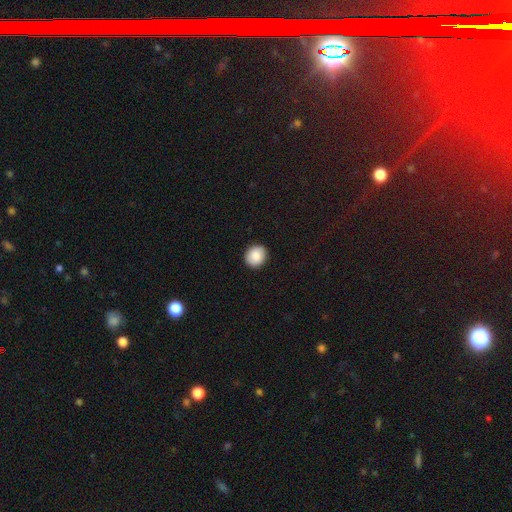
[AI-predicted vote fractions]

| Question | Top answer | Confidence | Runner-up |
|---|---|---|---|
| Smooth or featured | smooth | 86% | star or artifact (8%) |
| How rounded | round | 78% | in between (21%) |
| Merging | none | 91% | minor disturbance (7%) |